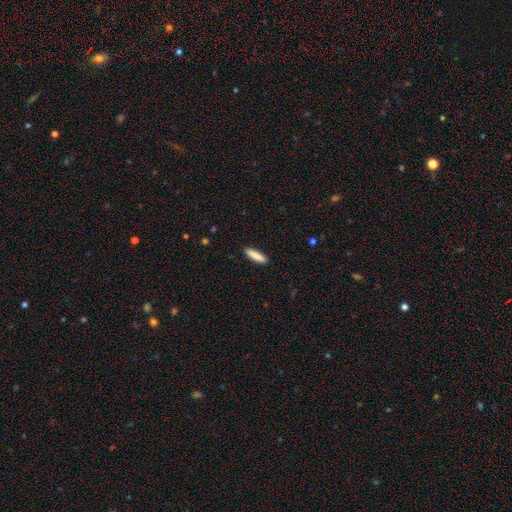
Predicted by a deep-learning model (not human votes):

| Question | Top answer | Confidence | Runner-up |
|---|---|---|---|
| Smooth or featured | smooth | 86% | featured or disk (8%) |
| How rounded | cigar-shaped | 76% | in between (22%) |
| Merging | none | 91% | minor disturbance (7%) |